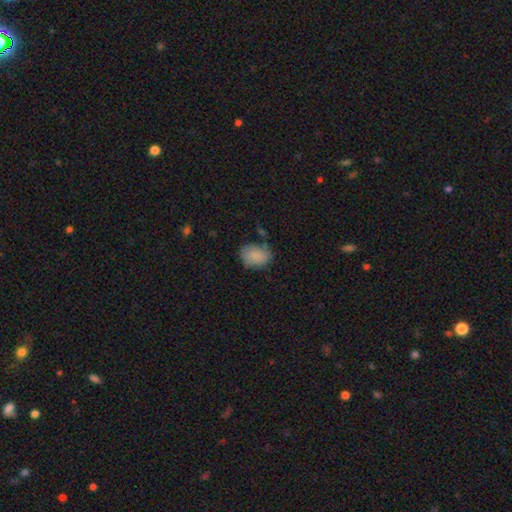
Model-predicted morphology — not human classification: smooth 85%, star or artifact 8%, featured or disk 7%. Down the decision tree: how rounded — in between (70%); merging — none (61%).